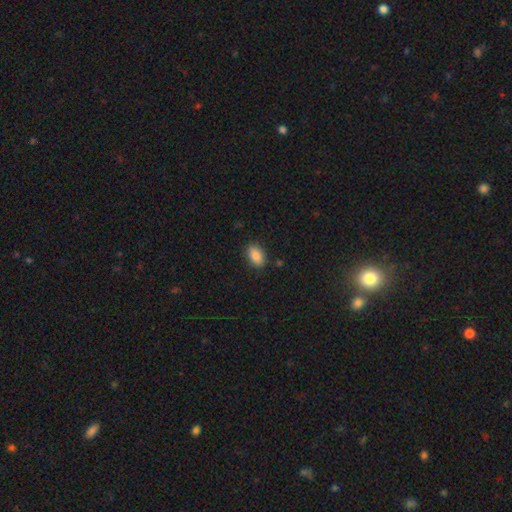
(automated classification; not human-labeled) A smooth galaxy with no disk features (87%) that is in between round and cigar-shaped (89%). Merging: none (85%).